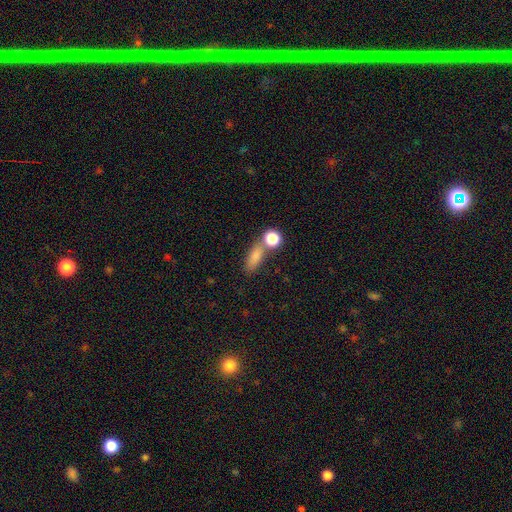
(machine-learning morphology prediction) The model was most divided on "merging": none: 57%, merger: 24%, minor disturbance: 13%, major disturbance: 6%. More confident: smooth or featured — smooth (80%); how rounded — in between (62%).